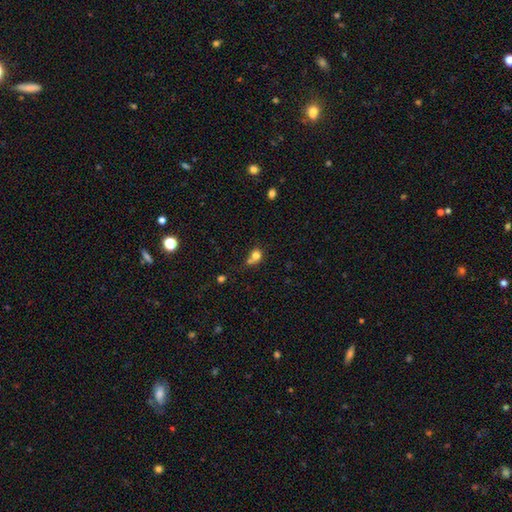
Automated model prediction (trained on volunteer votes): smooth_or_featured: smooth (p=0.77) [alt: star or artifact p=0.12]
how_rounded: round (p=0.70) [alt: in between p=0.28]
merging: merger (p=0.44) [alt: none p=0.37]